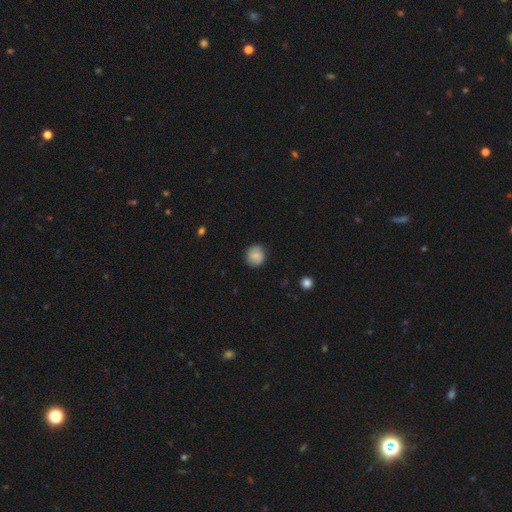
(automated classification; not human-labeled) This is clearly a smooth galaxy (83%). How rounded: clearly round (89%). Merging: clearly none (87%).